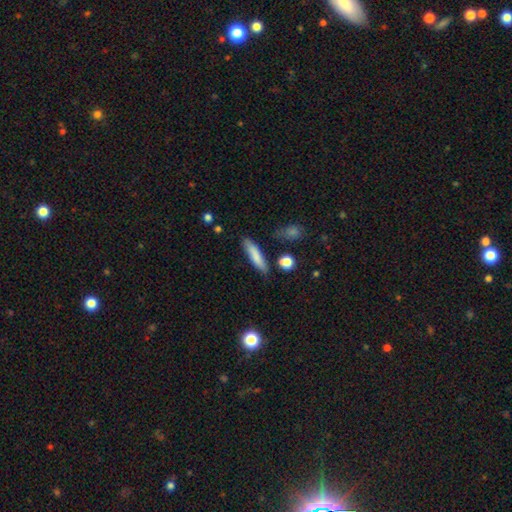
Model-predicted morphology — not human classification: smooth_or_featured: smooth (p=0.80) [alt: featured or disk p=0.13]
how_rounded: cigar-shaped (p=0.78) [alt: in between p=0.20]
merging: none (p=0.81) [alt: minor disturbance p=0.12]